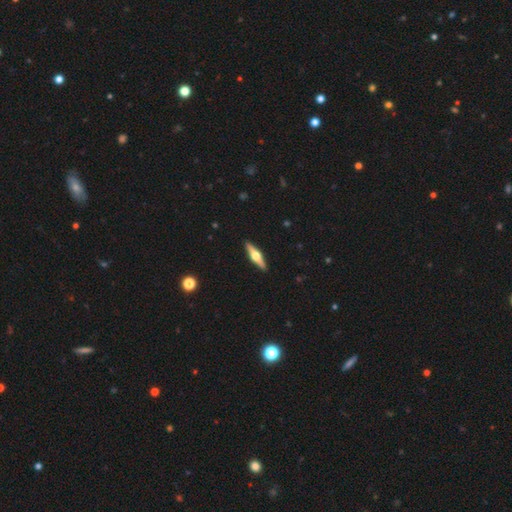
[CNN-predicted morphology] Smooth or featured: featured or disk — 67% (smooth — 28%)
Edge-on disk: yes — 97% (no — 3%)
Edge-on bulge: rounded — 96% (boxy — 3%)
Merging: none — 92% (minor disturbance — 6%)